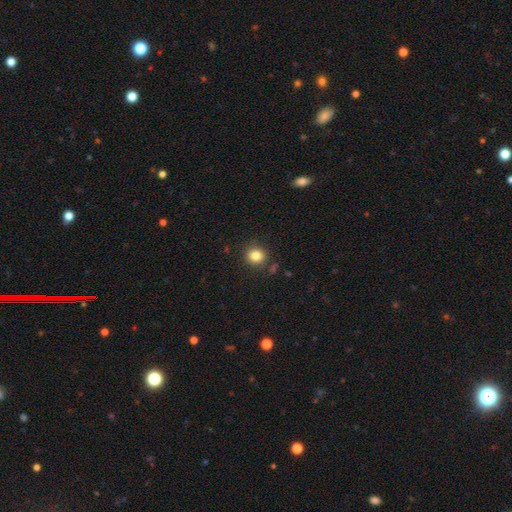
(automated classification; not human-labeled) Morphology: type=smooth (83%); roundness=round (84%); merging=none (86%).